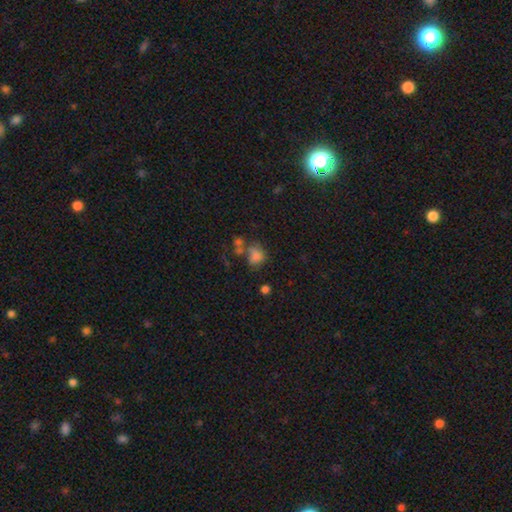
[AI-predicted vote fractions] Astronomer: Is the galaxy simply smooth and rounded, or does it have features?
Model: smooth — 73%.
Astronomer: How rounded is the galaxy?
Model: round — 54% (runner-up: in between, 44%).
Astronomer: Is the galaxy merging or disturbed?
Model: none — 39% (runner-up: merger, 31%).